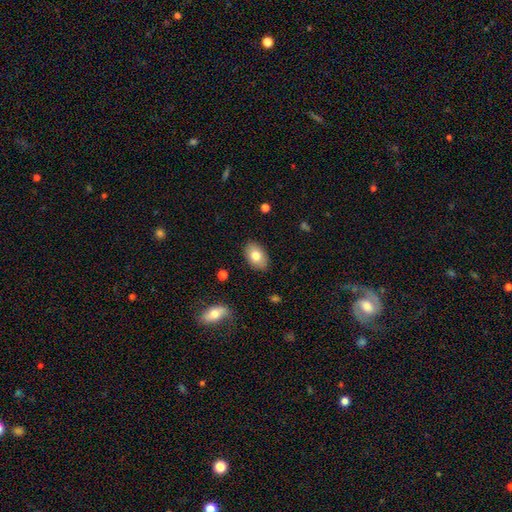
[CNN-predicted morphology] Overall: smooth (78%). How rounded: in between (90%). Merging: none (87%).